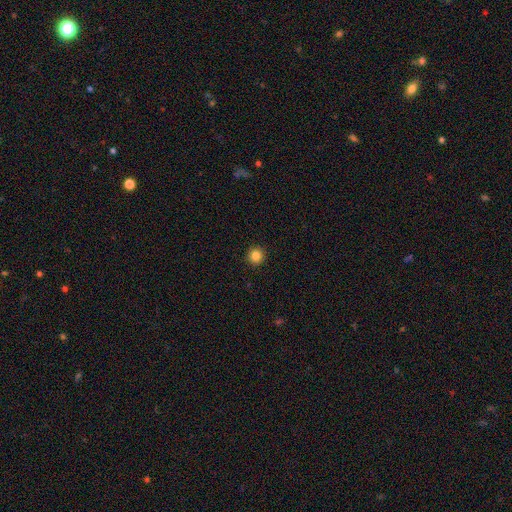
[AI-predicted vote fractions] This is clearly a smooth galaxy (85%). How rounded: clearly round (95%). Merging: clearly none (93%).